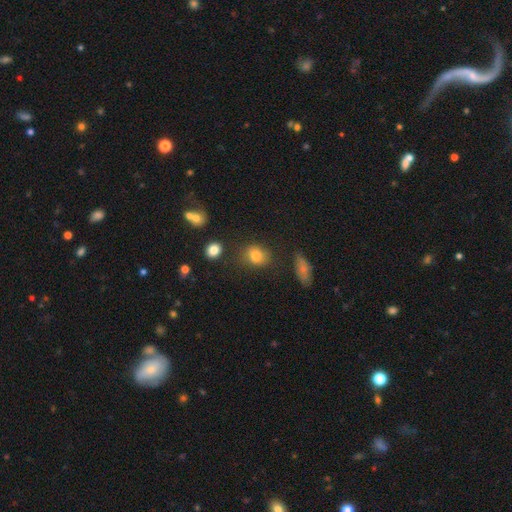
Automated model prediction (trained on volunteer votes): Q: Smooth or featured?
A: smooth (81%); runner-up: star or artifact (11%)
Q: How rounded?
A: round (56%); runner-up: in between (43%)
Q: Merging?
A: none (74%); runner-up: minor disturbance (16%)